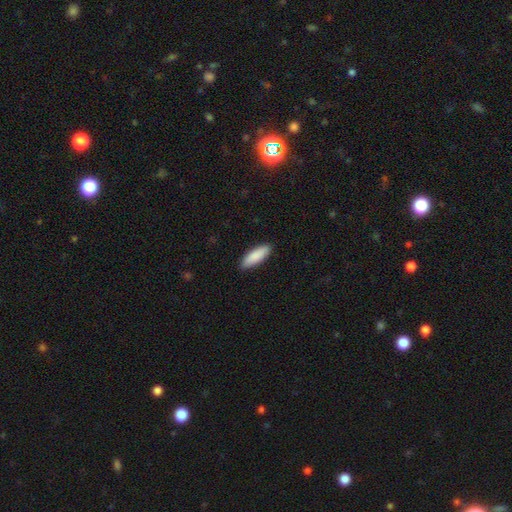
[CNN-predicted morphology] A smooth galaxy with no disk features (89%) that is in between round and cigar-shaped (61%).

Vote fractions:
- Smooth or featured? smooth: 89% / featured or disk: 6% / star or artifact: 5%
- How rounded? in between: 61% / cigar-shaped: 37% / round: 1%
- Merging? none: 89% / minor disturbance: 9% / major disturbance: 2% / merger: 1%